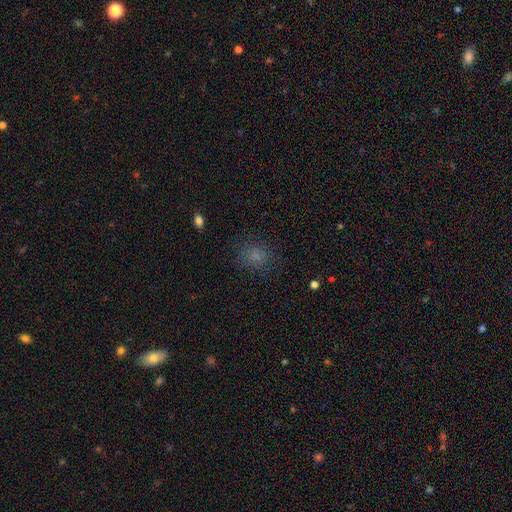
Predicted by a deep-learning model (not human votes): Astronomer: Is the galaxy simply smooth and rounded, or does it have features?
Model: smooth — 74%.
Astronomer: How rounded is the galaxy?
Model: round — 66%.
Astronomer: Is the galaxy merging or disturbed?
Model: none — 80%.